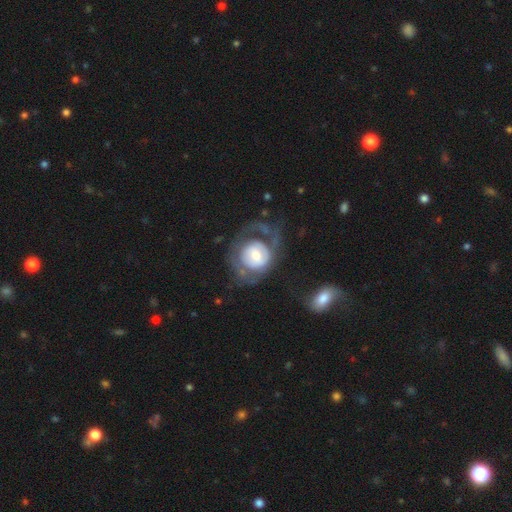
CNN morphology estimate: Q: Smooth or featured?
A: featured or disk (58%); runner-up: smooth (36%)
Q: Edge-on disk?
A: no (96%); runner-up: yes (4%)
Q: Bar?
A: no (62%); runner-up: weak (28%)
Q: Spiral arms?
A: yes (52%); runner-up: no (48%)
Q: Bulge size?
A: moderate (49%); runner-up: small (30%)
Q: Merging?
A: major disturbance (38%); tied with: none (38%)